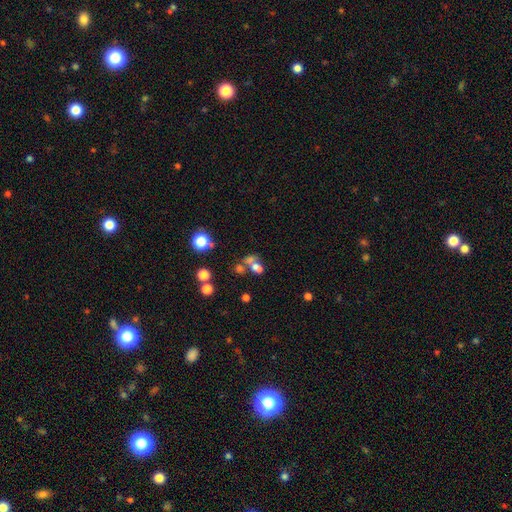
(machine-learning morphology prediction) A smooth galaxy with no disk features (42%).

Vote fractions:
- Smooth or featured? smooth: 42% / star or artifact: 41% / featured or disk: 17%
- Merging? none: 49% / merger: 33% / minor disturbance: 10% / major disturbance: 8%